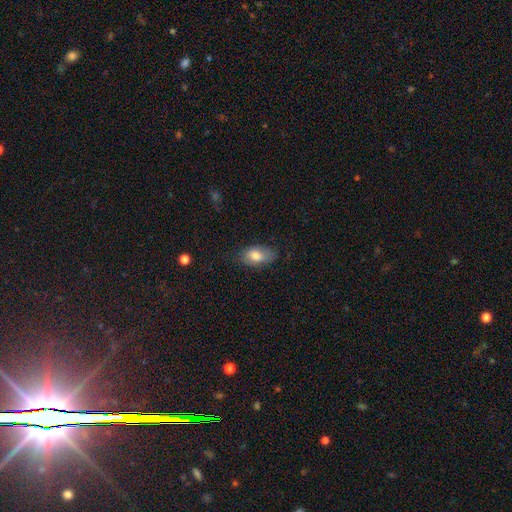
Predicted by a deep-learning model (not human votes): Morphology: type=smooth (78%); roundness=in between (92%); merging=none (69%).